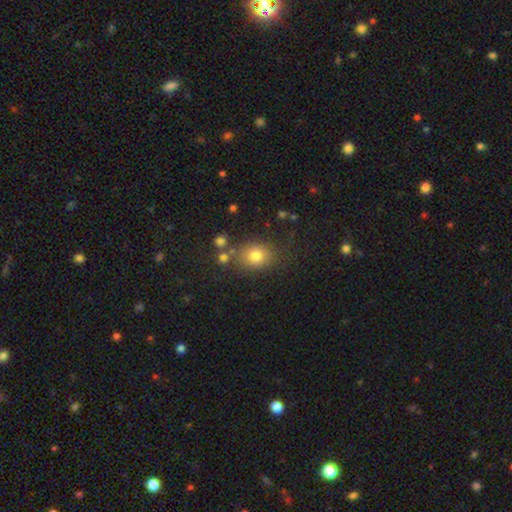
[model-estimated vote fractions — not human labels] smooth-or-featured: smooth: 77% | star or artifact: 14% | featured or disk: 9%
  how-rounded: round: 61% | in between: 38% | cigar-shaped: 1%
  merging: none: 72% | minor disturbance: 14% | merger: 8% | major disturbance: 6%